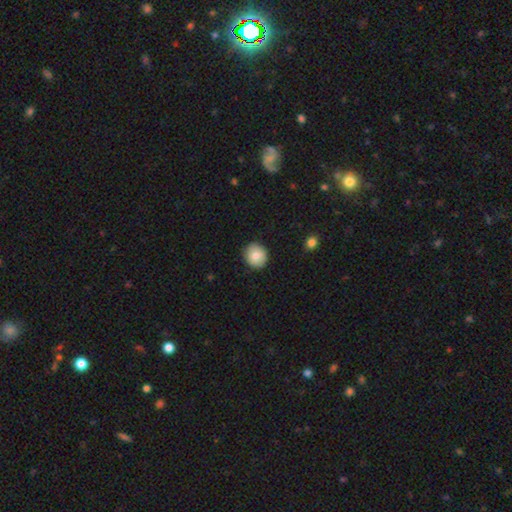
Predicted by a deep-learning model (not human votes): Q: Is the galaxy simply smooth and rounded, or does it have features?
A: smooth — 80%.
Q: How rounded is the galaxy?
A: round — 82%.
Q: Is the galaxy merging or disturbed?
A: none — 89%.